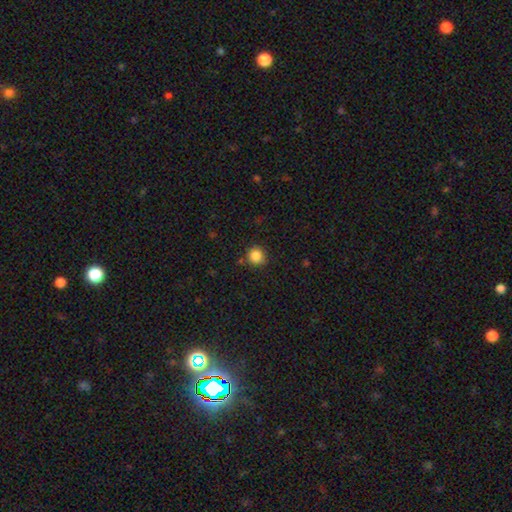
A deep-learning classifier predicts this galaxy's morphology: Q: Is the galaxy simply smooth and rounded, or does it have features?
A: smooth — 85%.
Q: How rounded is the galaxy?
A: round — 91%.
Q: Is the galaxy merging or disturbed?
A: none — 83%.